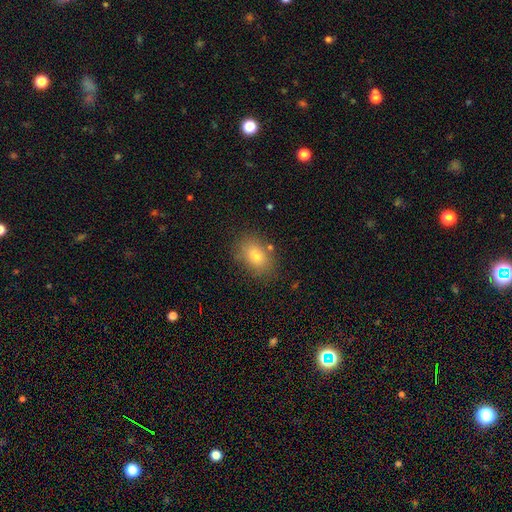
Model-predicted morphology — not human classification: smooth_or_featured: smooth (p=0.78) [alt: featured or disk p=0.11]
how_rounded: in between (p=0.81) [alt: round p=0.17]
merging: none (p=0.82) [alt: minor disturbance p=0.12]